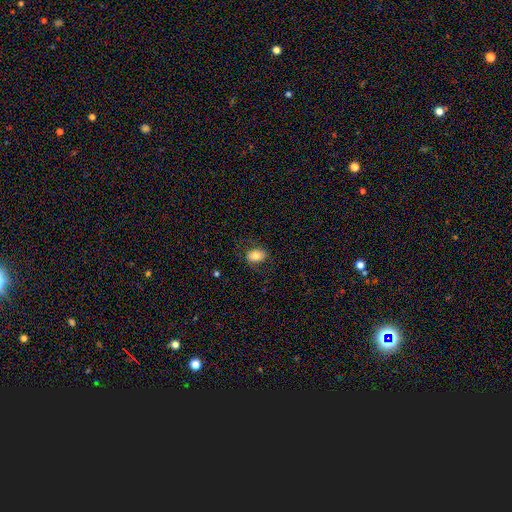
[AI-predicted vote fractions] Smooth or featured?
  - smooth: 78% *
  - featured or disk: 13%
  - star or artifact: 9%
How rounded?
  - in between: 76% *
  - round: 23%
  - cigar-shaped: 1%
Merging?
  - none: 80% *
  - minor disturbance: 13%
  - major disturbance: 5%
  - merger: 1%